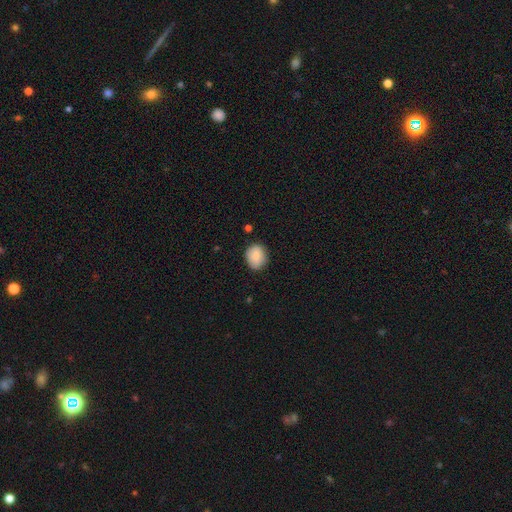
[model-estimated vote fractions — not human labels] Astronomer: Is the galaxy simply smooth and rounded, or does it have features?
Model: smooth — 85%.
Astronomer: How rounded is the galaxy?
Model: round — 56% (runner-up: in between, 43%).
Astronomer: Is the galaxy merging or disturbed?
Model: none — 78%.